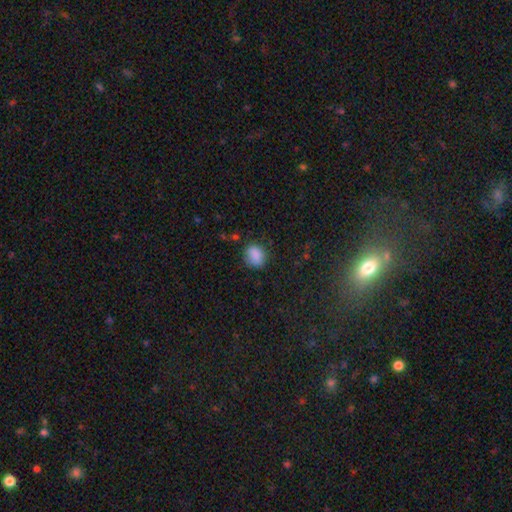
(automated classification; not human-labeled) Overall: smooth (86%). How rounded: round (54%; in between 45%). Merging: none (74%).